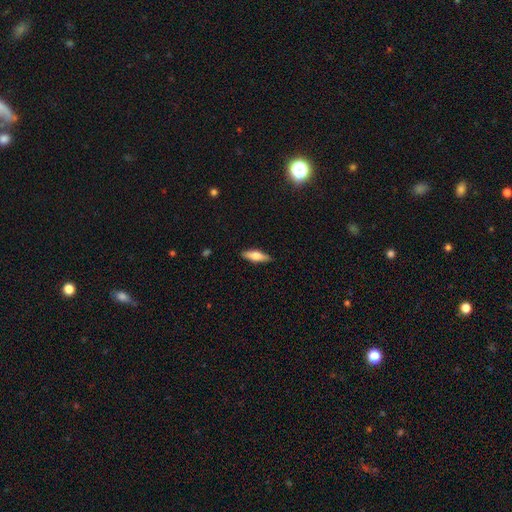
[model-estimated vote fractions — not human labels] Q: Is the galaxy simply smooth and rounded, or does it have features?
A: smooth — 62%.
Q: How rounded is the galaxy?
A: cigar-shaped — 51%.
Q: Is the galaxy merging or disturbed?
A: none — 87%.